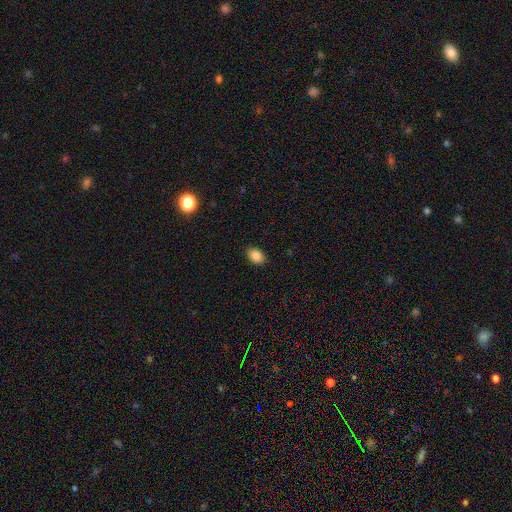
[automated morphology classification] Smooth or featured? Predicted: smooth (p=0.86). How rounded? Predicted: in between (p=0.80). Merging? Predicted: none (p=0.89).